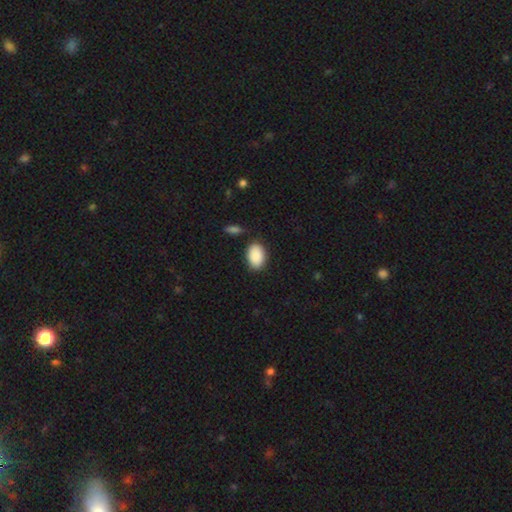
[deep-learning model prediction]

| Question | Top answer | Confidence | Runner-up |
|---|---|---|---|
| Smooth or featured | smooth | 90% | star or artifact (6%) |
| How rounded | in between | 89% | round (10%) |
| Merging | none | 83% | minor disturbance (11%) |